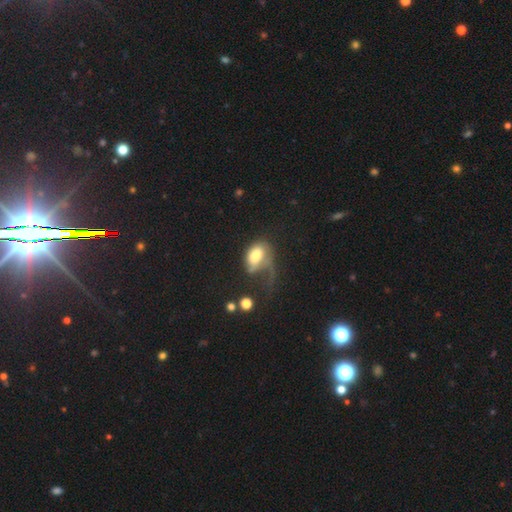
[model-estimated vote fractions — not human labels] Smooth or featured: smooth — 67% (featured or disk — 24%)
How rounded: in between — 83% (round — 15%)
Merging: major disturbance — 55% (none — 19%)